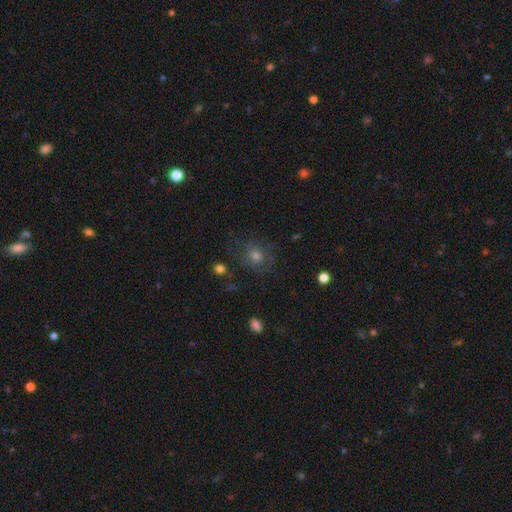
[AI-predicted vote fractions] Overall: smooth (44%; featured or disk 32%). Merging: none (72%).